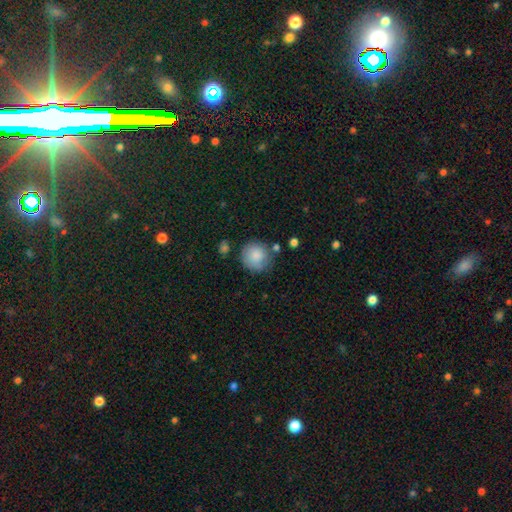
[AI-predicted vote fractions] Morphology: type=smooth (85%); roundness=round (92%); merging=none (73%).